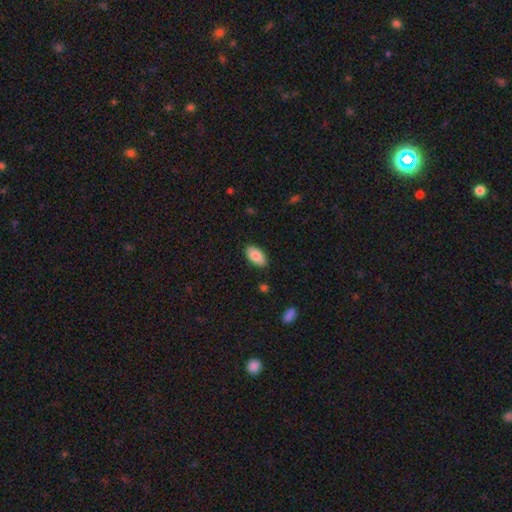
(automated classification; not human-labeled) A smooth galaxy with no disk features (85%) that is in between round and cigar-shaped (94%).

Vote fractions:
- Smooth or featured? smooth: 85% / featured or disk: 9% / star or artifact: 7%
- How rounded? in between: 94% / cigar-shaped: 3% / round: 3%
- Merging? none: 86% / minor disturbance: 11% / major disturbance: 2% / merger: 1%